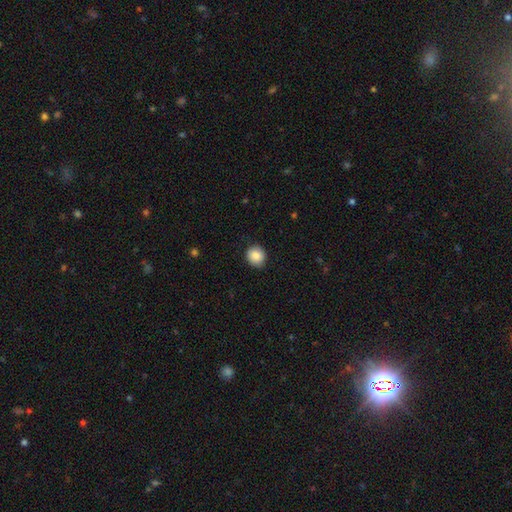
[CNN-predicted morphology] A smooth galaxy with no disk features (86%) that is round (81%).

Vote fractions:
- Smooth or featured? smooth: 86% / star or artifact: 8% / featured or disk: 5%
- How rounded? round: 81% / in between: 18% / cigar-shaped: 1%
- Merging? none: 86% / minor disturbance: 11% / major disturbance: 2% / merger: 1%